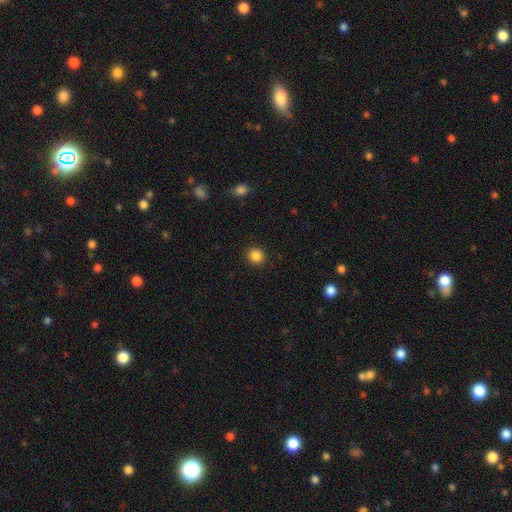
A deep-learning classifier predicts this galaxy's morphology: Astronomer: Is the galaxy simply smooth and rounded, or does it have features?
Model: smooth — 86%.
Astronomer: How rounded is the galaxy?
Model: round — 91%.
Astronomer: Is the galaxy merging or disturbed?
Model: none — 92%.